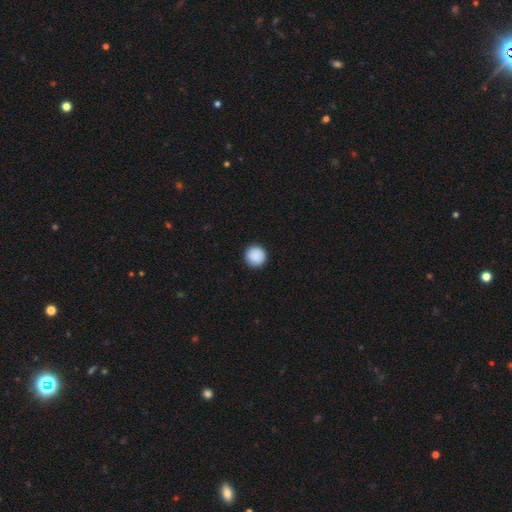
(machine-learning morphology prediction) Smooth or featured? Predicted: smooth (p=0.90). How rounded? Predicted: round (p=0.96). Merging? Predicted: none (p=0.93).